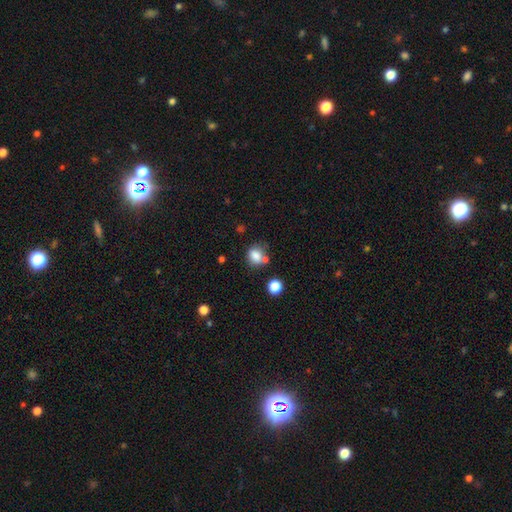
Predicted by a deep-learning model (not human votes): Q: Smooth or featured?
A: smooth (80%); runner-up: star or artifact (12%)
Q: How rounded?
A: round (61%); runner-up: in between (38%)
Q: Merging?
A: none (57%); runner-up: merger (20%)